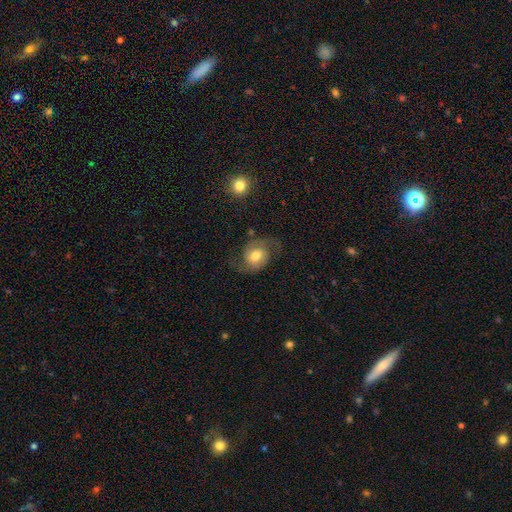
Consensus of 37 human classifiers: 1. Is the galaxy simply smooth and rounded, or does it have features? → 70% featured or disk, 24% smooth, 5% star or artifact.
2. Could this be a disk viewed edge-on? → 96% no, 4% yes.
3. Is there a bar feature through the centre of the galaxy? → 72% no, 24% weak, 4% strong.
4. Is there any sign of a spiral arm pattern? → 92% yes, 8% no.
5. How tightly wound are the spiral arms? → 61% medium, 26% loose, 13% tight.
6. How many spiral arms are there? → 100% 2, 0% 1, 0% 3, 0% 4, 0% more than 4, 0% can't tell.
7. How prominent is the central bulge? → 76% moderate, 16% large, 4% dominant, 4% small, 0% none.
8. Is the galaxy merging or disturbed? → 69% none, 17% major disturbance, 14% minor disturbance, 0% merger.